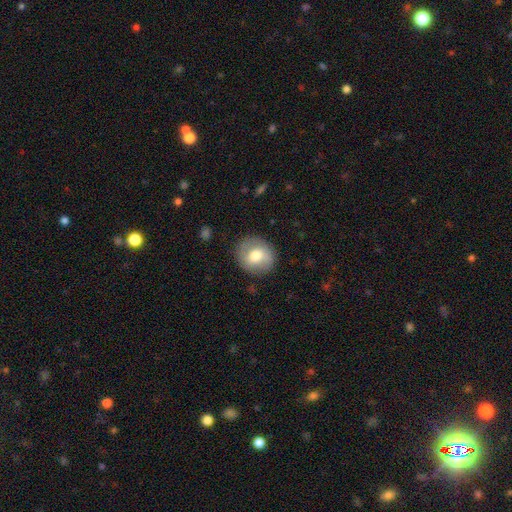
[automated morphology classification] A smooth galaxy with no disk features (68%) that is round (79%). Merging: none (85%).